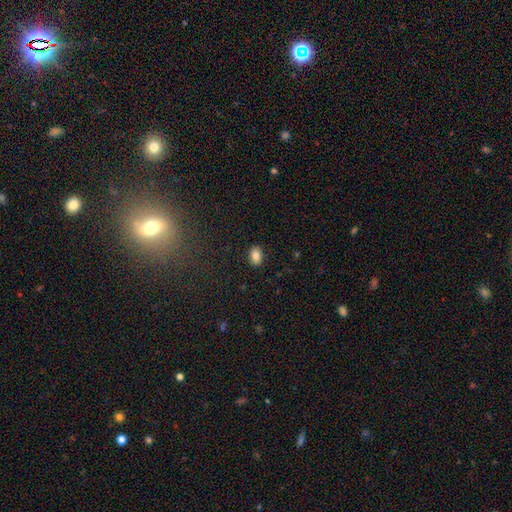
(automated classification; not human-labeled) Smooth or featured? Predicted: smooth (p=0.85). How rounded? Predicted: in between (p=0.87). Merging? Predicted: none (p=0.88).